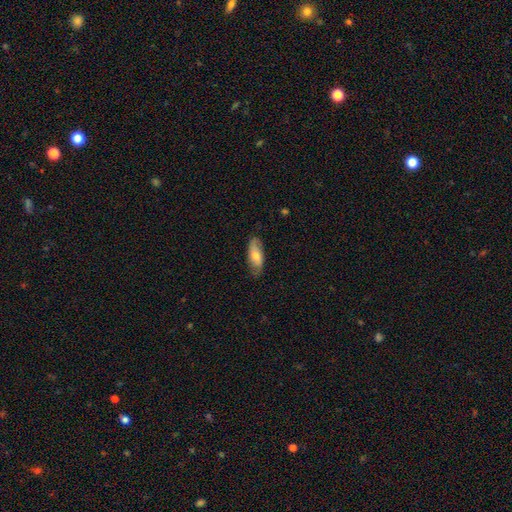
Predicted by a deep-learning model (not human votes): Q: Smooth or featured?
A: smooth (63%); runner-up: featured or disk (31%)
Q: How rounded?
A: in between (77%); runner-up: cigar-shaped (21%)
Q: Merging?
A: none (80%); runner-up: minor disturbance (16%)